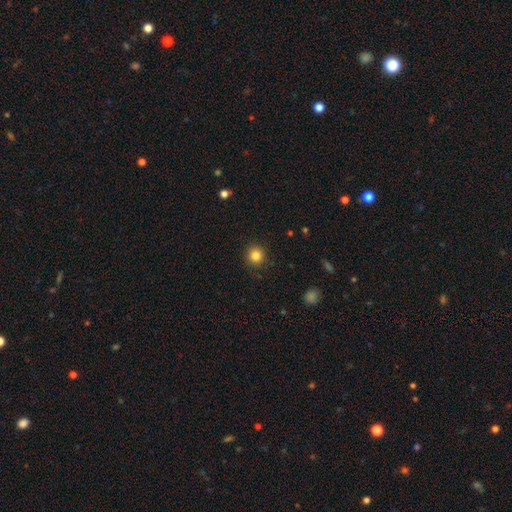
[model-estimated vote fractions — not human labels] Smooth or featured? smooth (83%)
How rounded? round (93%)
Merging? none (90%)